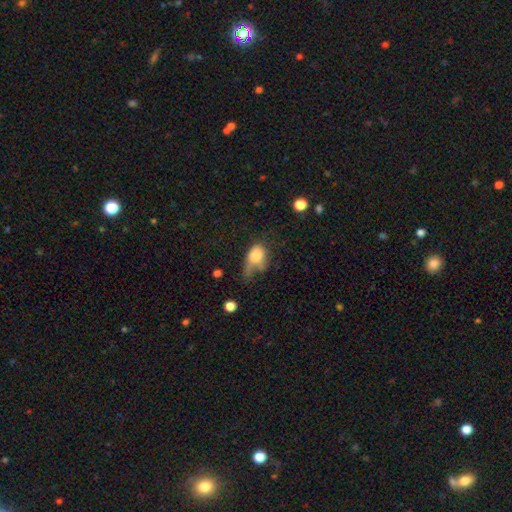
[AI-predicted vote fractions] The model was most divided on "merging": major disturbance: 36%, minor disturbance: 29%, none: 23%, merger: 11%. More confident: smooth or featured — smooth (76%); how rounded — in between (67%).